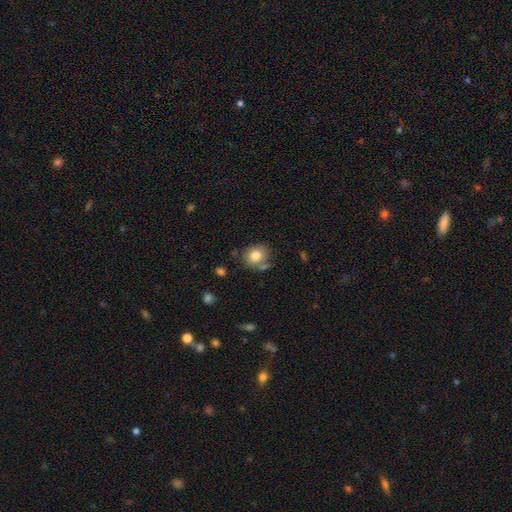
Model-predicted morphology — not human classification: A smooth galaxy with no disk features (80%) that is round (72%).

Vote fractions:
- Smooth or featured? smooth: 80% / featured or disk: 10% / star or artifact: 9%
- How rounded? round: 72% / in between: 28% / cigar-shaped: 1%
- Merging? none: 69% / minor disturbance: 15% / merger: 11% / major disturbance: 4%